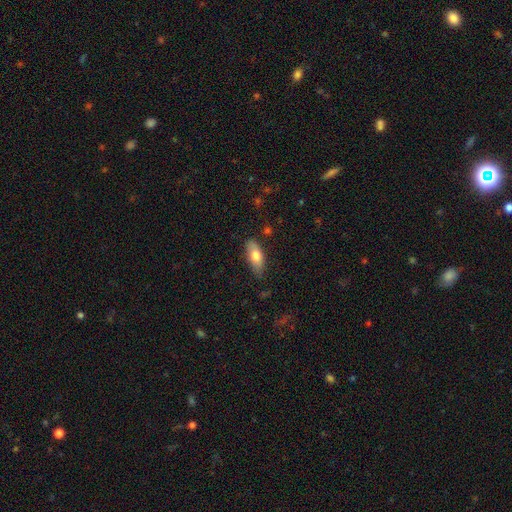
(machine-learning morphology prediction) smooth-or-featured: smooth: 74% | featured or disk: 20% | star or artifact: 6%
  how-rounded: in between: 80% | cigar-shaped: 17% | round: 3%
  merging: none: 77% | minor disturbance: 19% | major disturbance: 3% | merger: 2%